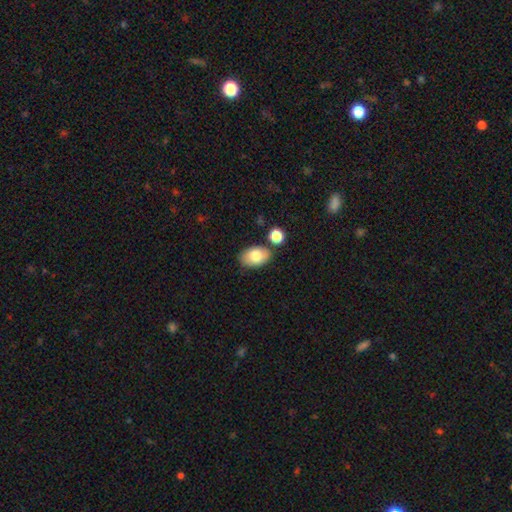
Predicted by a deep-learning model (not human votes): Smooth or featured? Predicted: smooth (p=0.79). How rounded? Predicted: in between (p=0.89). Merging? Predicted: none (p=0.76).